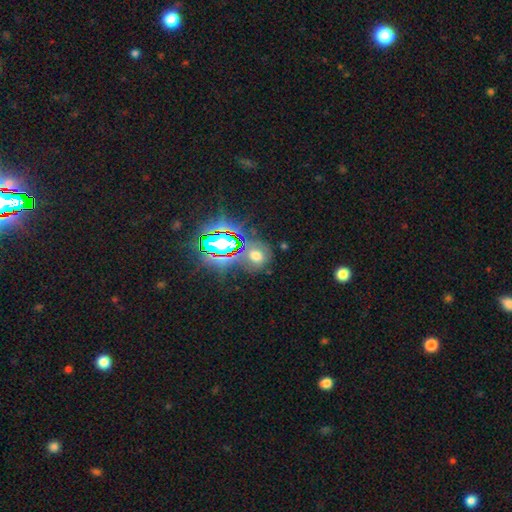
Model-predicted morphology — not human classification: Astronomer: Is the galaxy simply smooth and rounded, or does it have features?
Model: smooth — 47% (runner-up: star or artifact, 39%).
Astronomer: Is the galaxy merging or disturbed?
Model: none — 62%.